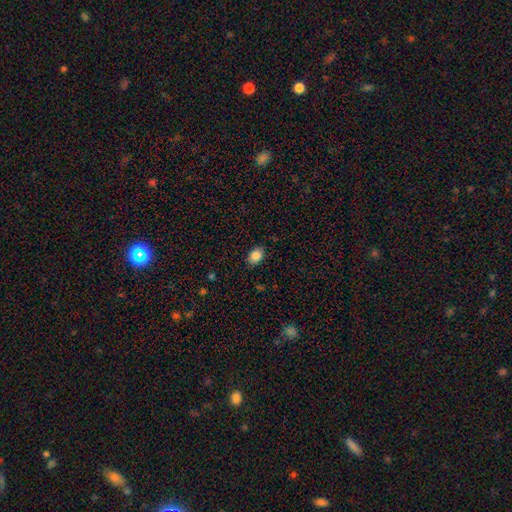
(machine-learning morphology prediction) smooth 86%, star or artifact 9%, featured or disk 5%. Down the decision tree: how rounded — in between (78%); merging — none (85%).